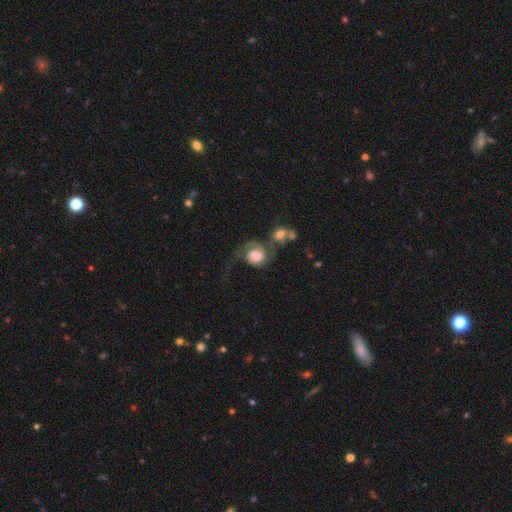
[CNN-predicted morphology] This is likely a featured or disk galaxy (67%). It is clearly not viewed edge-on (97%). Bar: likely no (71%). Spiral arm pattern: clearly yes (89%). Spiral arm count: possibly 1 (48%). Spiral winding: marginally loose (42%). Central bulge: possibly moderate (48%). Merging: marginally merger (40%).